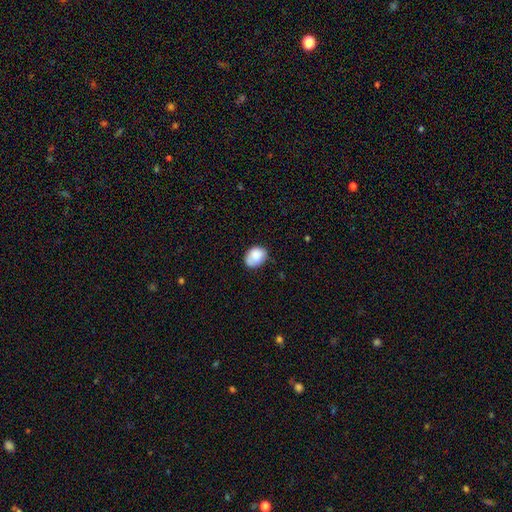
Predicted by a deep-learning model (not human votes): The model was most divided on "how rounded": in between: 59%, round: 40%, cigar-shaped: 1%. More confident: smooth or featured — smooth (80%); merging — none (65%).